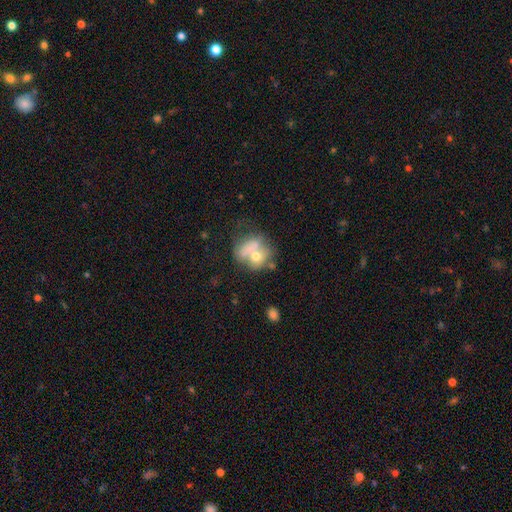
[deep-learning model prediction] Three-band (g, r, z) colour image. It shows a smooth galaxy with no disk features (58%) that is round (64%). Merging: merger (42%).